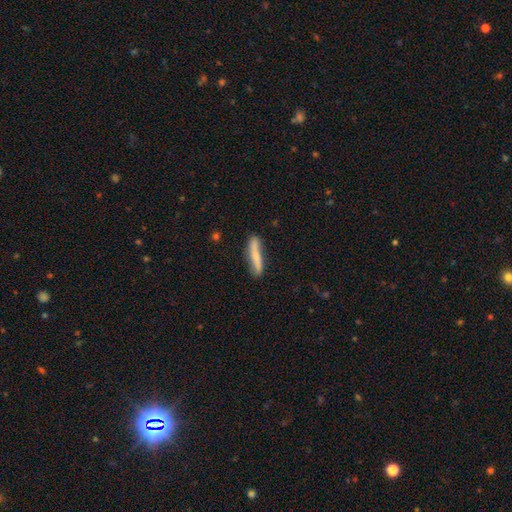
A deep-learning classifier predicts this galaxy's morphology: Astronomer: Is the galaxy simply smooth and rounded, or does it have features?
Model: smooth — 63%.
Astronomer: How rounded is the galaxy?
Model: cigar-shaped — 89%.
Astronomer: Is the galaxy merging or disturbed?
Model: none — 78%.